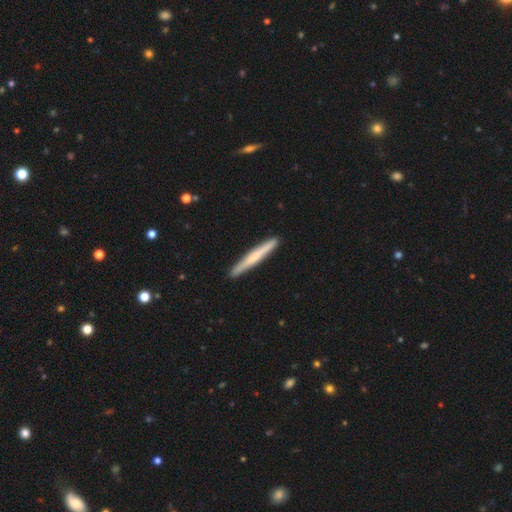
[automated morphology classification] The model was most divided on "smooth or featured": smooth: 56%, featured or disk: 39%, star or artifact: 5%. More confident: how rounded — cigar-shaped (97%); merging — none (91%).